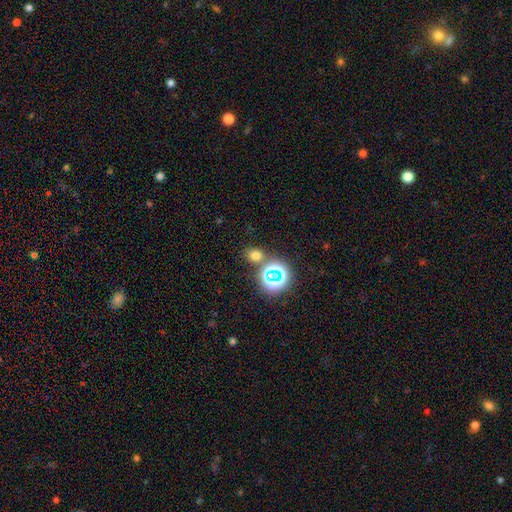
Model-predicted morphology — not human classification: A smooth galaxy with no disk features (66%) that is round (68%). Merging: none (74%).